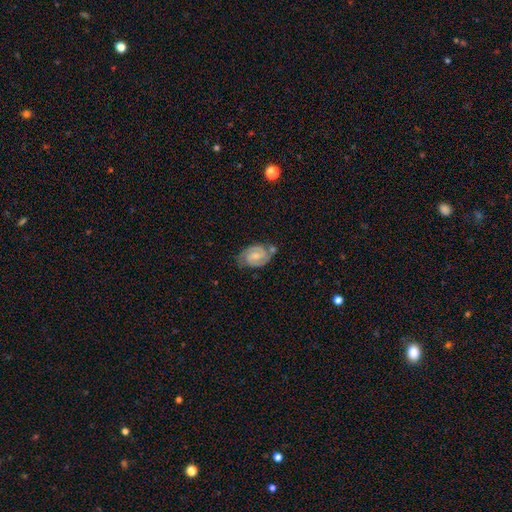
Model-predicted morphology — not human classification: Q: Smooth or featured?
A: featured or disk (84%); runner-up: smooth (10%)
Q: Edge-on disk?
A: no (97%); runner-up: yes (3%)
Q: Bar?
A: weak (46%); runner-up: no (42%)
Q: Spiral arms?
A: yes (98%); runner-up: no (2%)
Q: Spiral winding?
A: tight (59%); runner-up: medium (35%)
Q: Spiral arm count?
A: 2 (88%); runner-up: can't tell (5%)
Q: Bulge size?
A: small (49%); runner-up: moderate (36%)
Q: Merging?
A: none (68%); runner-up: minor disturbance (19%)